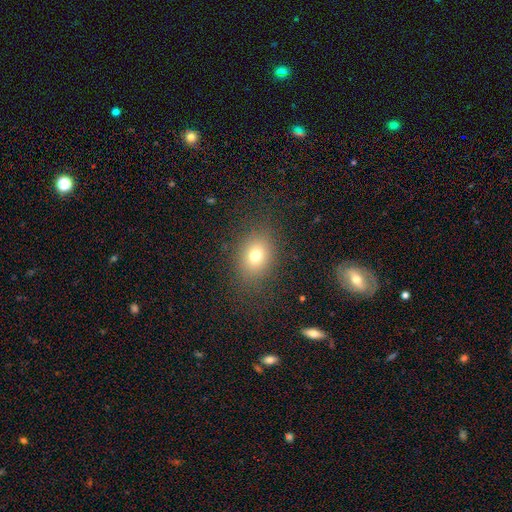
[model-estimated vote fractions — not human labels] Smooth or featured?
  - smooth: 73% *
  - star or artifact: 16%
  - featured or disk: 12%
How rounded?
  - in between: 54% *
  - round: 45%
  - cigar-shaped: 1%
Merging?
  - none: 83% *
  - minor disturbance: 10%
  - major disturbance: 6%
  - merger: 1%